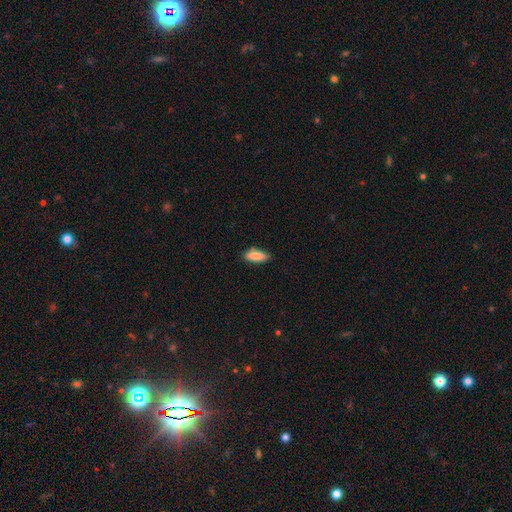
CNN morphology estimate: This appears to be a smooth galaxy with no disk features (83%) that is in between round and cigar-shaped (70%). Merging: none (83%).